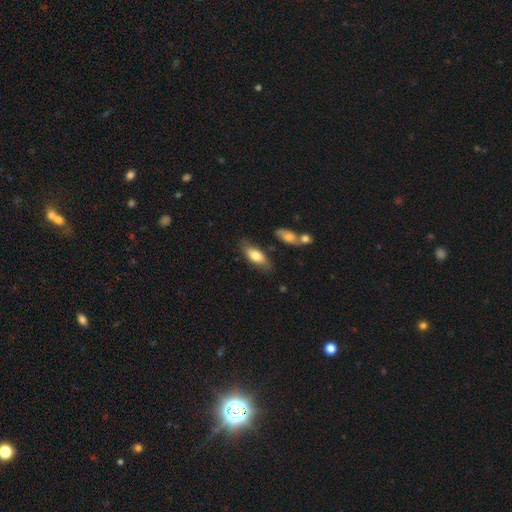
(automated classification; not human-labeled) Smooth or featured? Predicted: smooth (p=0.73). How rounded? Predicted: in between (p=0.80). Merging? Predicted: none (p=0.75).